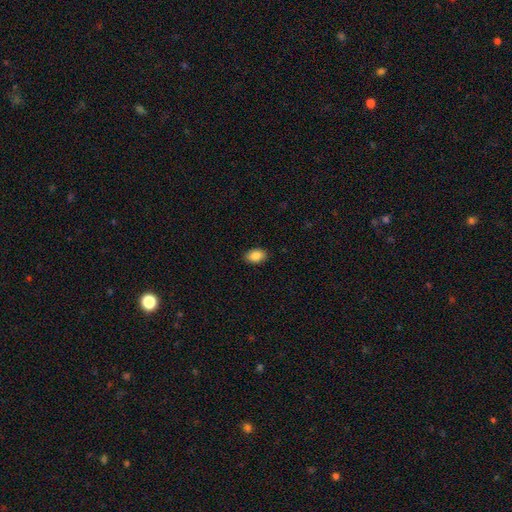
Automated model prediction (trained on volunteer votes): A smooth galaxy with no disk features (88%) that is in between round and cigar-shaped (86%). Merging: none (88%).